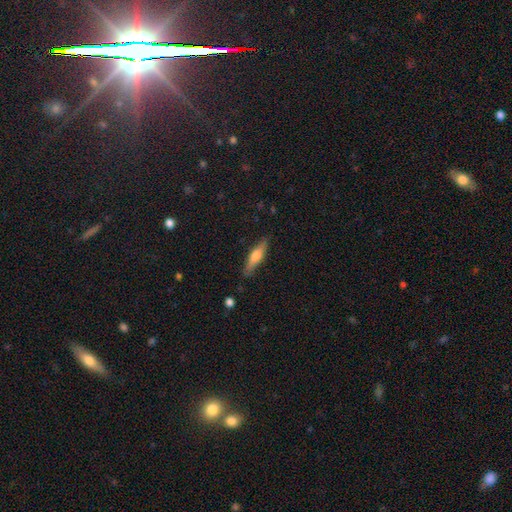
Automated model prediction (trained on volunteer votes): A smooth galaxy with no disk features (54%) that is cigar-shaped (75%). Merging: none (84%).